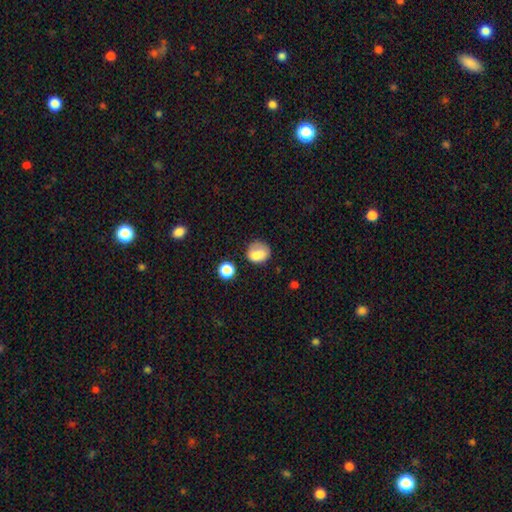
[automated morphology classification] Smooth or featured? smooth (78%)
How rounded? round (64%)
Merging? none (55%)